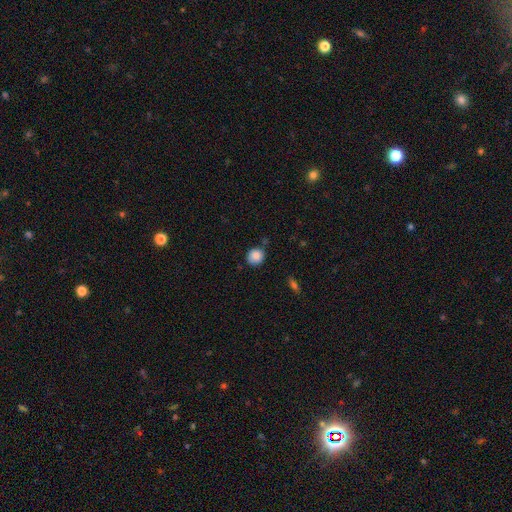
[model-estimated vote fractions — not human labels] Smooth or featured? Predicted: smooth (p=0.85). How rounded? Predicted: round (p=0.83). Merging? Predicted: none (p=0.80).